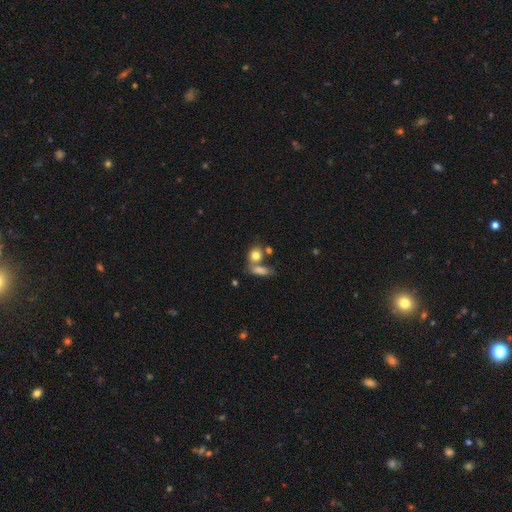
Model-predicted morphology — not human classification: type=smooth (78%); roundness=round (51%); merging=none (44%).